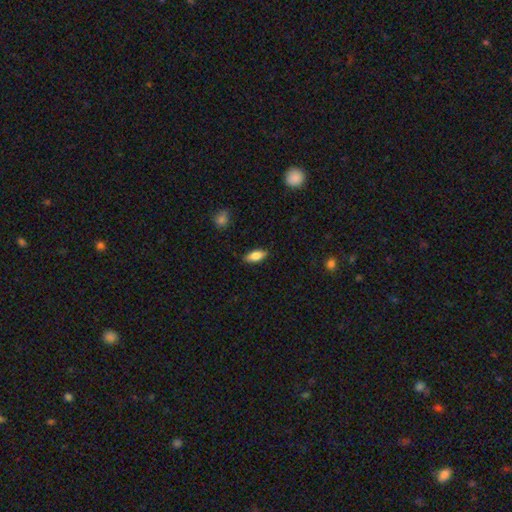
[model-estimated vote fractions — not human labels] Smooth or featured: smooth — 81% (featured or disk — 13%)
How rounded: in between — 84% (cigar-shaped — 13%)
Merging: none — 87% (minor disturbance — 10%)